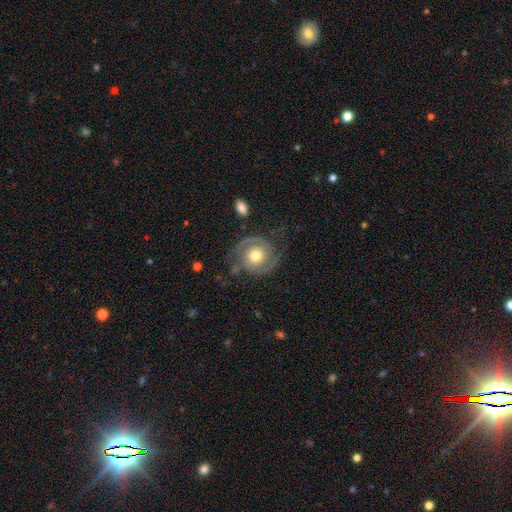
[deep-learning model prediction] featured or disk 81%, smooth 14%, star or artifact 6%. Down the decision tree: edge-on disk — no (98%); bar — no (76%); spiral arms — yes (94%); spiral arm count — 2 (85%); spiral winding — tight (47%); bulge size — moderate (73%); merging — none (70%).